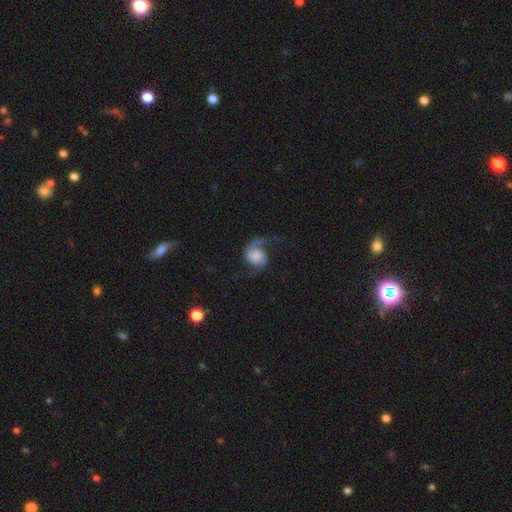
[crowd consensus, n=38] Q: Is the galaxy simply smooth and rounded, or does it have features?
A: featured or disk — 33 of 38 (87%).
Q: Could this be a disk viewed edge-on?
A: no — 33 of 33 (100%).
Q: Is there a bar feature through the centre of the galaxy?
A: no — 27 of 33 (82%).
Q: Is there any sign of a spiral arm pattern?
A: yes — 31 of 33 (94%).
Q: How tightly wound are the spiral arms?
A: loose — 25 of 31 (81%).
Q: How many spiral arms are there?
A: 2 — 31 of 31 (100%).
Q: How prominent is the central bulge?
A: large — 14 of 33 (42%).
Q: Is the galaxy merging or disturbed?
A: none — 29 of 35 (83%).